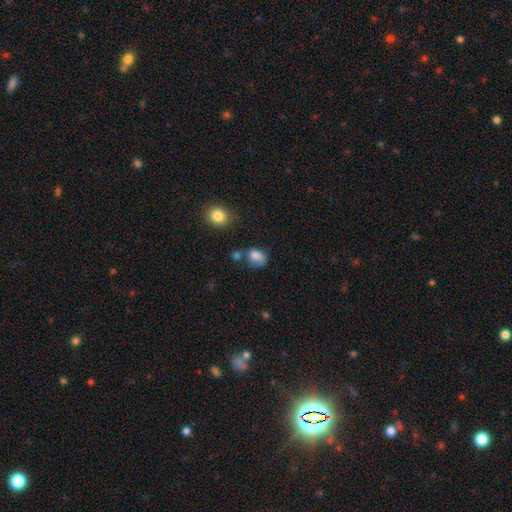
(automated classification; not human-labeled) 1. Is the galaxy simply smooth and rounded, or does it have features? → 78% smooth, 12% featured or disk, 10% star or artifact.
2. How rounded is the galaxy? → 59% in between, 40% round, 1% cigar-shaped.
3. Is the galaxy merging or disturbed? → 37% none, 28% minor disturbance, 20% major disturbance, 15% merger.